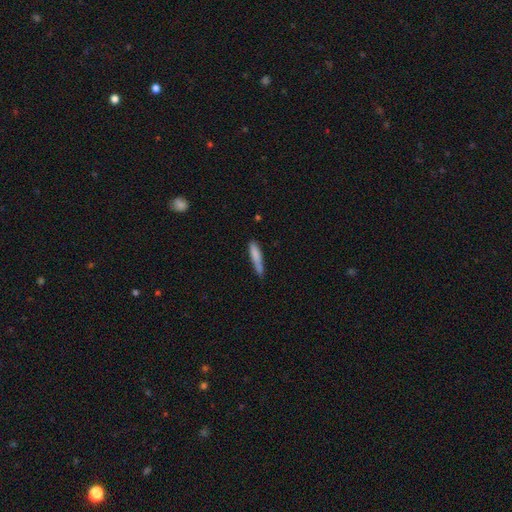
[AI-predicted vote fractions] smooth 81%, featured or disk 13%, star or artifact 7%. Down the decision tree: how rounded — cigar-shaped (85%); merging — none (62%).